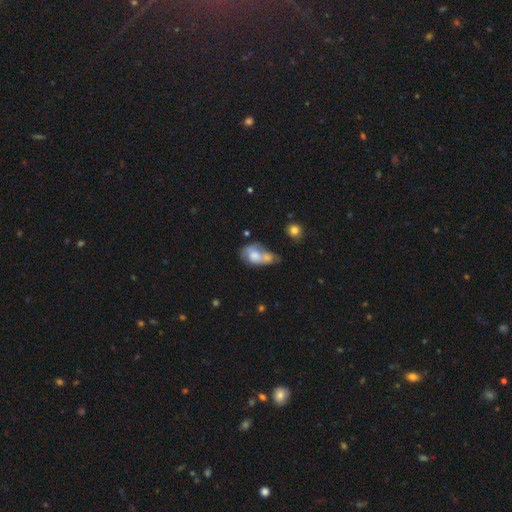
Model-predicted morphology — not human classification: type=smooth (53%); roundness=in between (78%); merging=merger (53%).